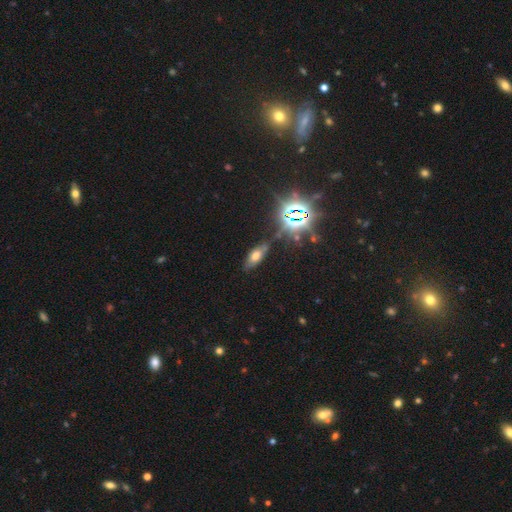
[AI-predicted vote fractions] Overall: smooth (50%; star or artifact 30%). Merging: none (69%).